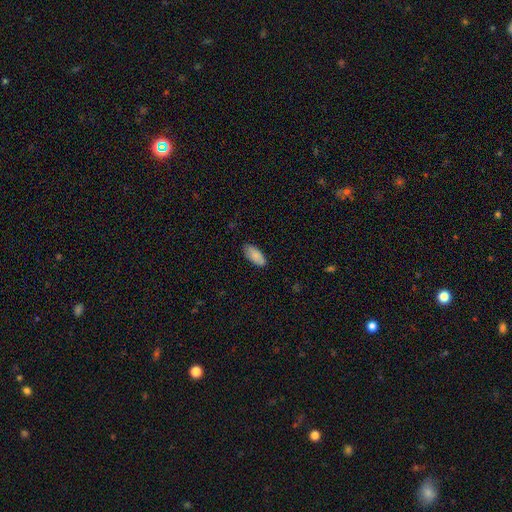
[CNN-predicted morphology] Q: Smooth or featured?
A: smooth (87%); runner-up: featured or disk (7%)
Q: How rounded?
A: in between (90%); runner-up: cigar-shaped (8%)
Q: Merging?
A: none (83%); runner-up: minor disturbance (13%)